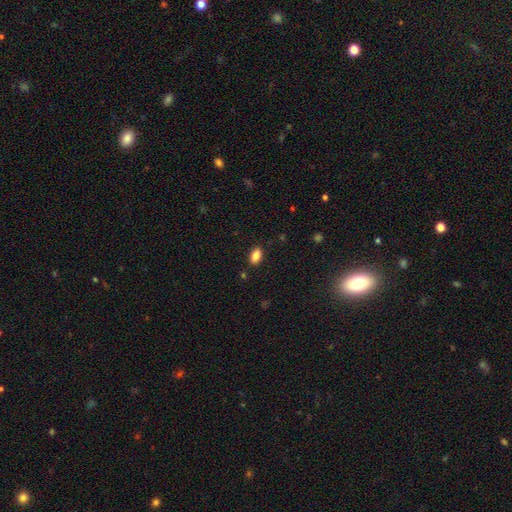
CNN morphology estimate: smooth_or_featured: smooth (p=0.86) [alt: star or artifact p=0.09]
how_rounded: in between (p=0.91) [alt: round p=0.06]
merging: none (p=0.87) [alt: minor disturbance p=0.09]